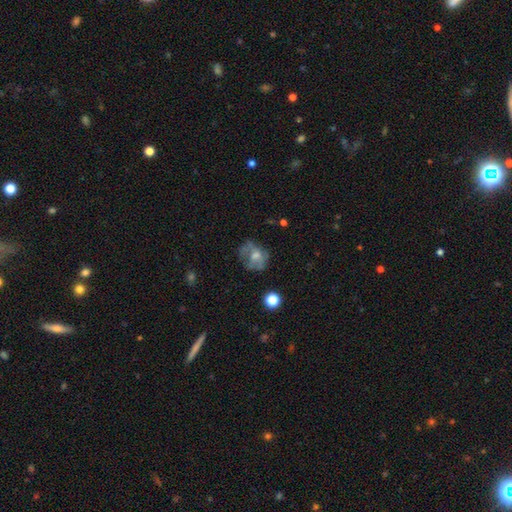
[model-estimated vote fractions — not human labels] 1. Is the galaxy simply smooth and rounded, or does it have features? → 43% featured or disk, 42% smooth, 15% star or artifact.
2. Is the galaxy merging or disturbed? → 54% none, 23% minor disturbance, 20% major disturbance, 3% merger.